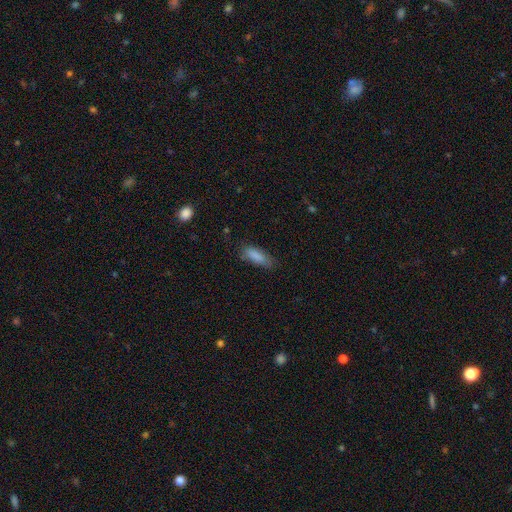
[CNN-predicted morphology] Smooth or featured: smooth — 86% (star or artifact — 7%)
How rounded: in between — 63% (cigar-shaped — 36%)
Merging: none — 75% (minor disturbance — 19%)